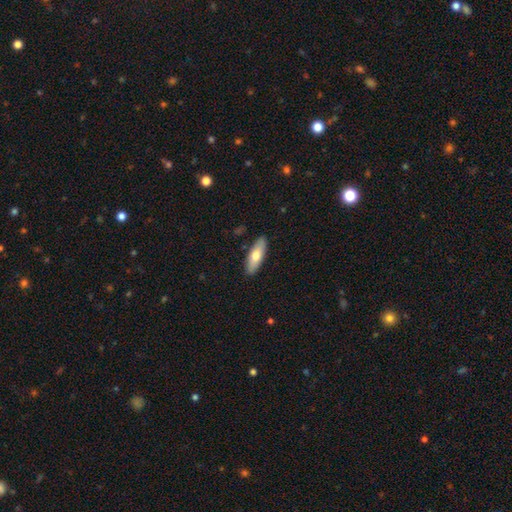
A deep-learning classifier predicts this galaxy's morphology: Smooth or featured: smooth — 70% (featured or disk — 24%)
How rounded: in between — 59% (cigar-shaped — 39%)
Merging: none — 89% (minor disturbance — 8%)